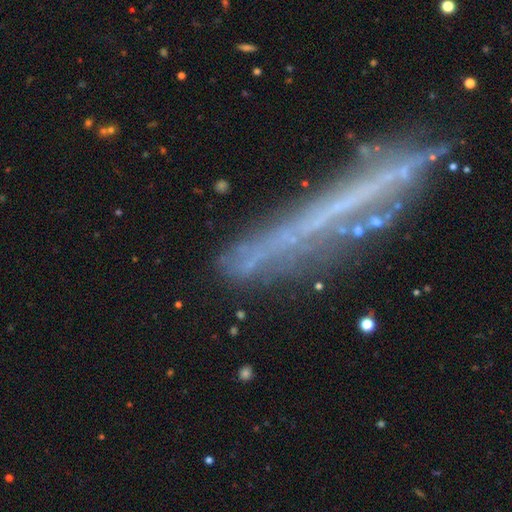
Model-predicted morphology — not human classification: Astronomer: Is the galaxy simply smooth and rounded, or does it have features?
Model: featured or disk — 59%.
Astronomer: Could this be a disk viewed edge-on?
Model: yes — 78%.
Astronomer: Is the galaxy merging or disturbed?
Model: none — 68%.